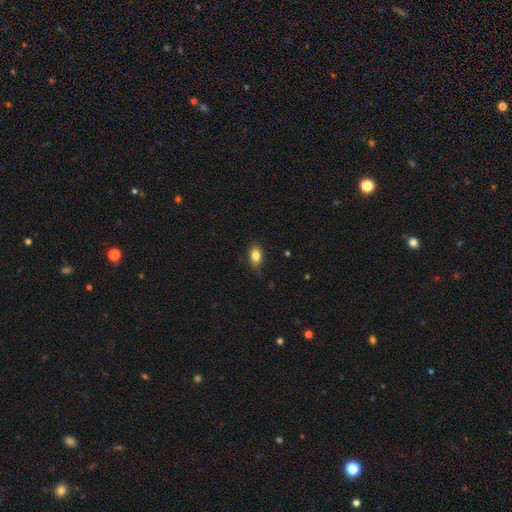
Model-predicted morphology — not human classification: Smooth or featured? Predicted: smooth (p=0.84). How rounded? Predicted: in between (p=0.87). Merging? Predicted: none (p=0.84).